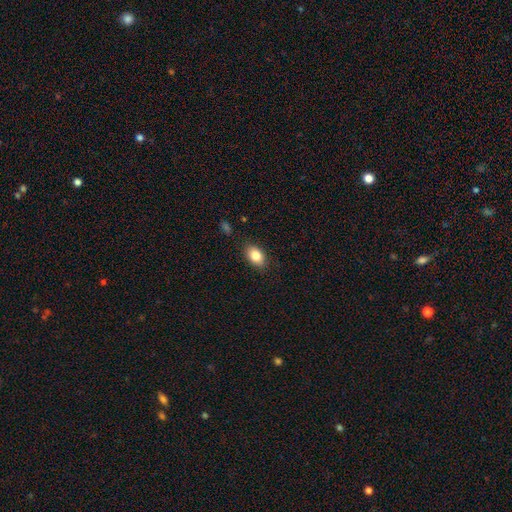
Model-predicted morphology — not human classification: type=smooth (83%); roundness=in between (86%); merging=none (86%).